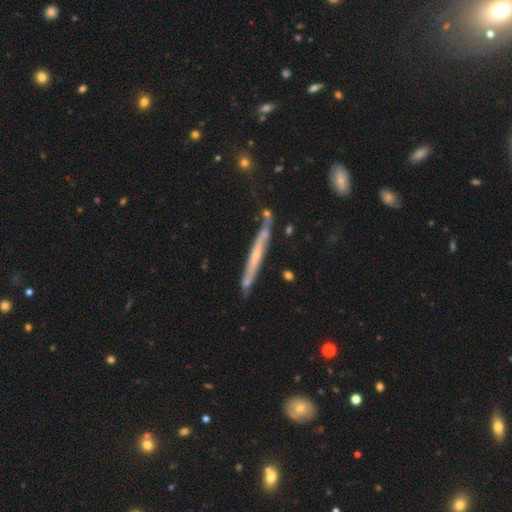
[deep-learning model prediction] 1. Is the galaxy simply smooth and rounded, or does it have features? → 62% featured or disk, 31% smooth, 6% star or artifact.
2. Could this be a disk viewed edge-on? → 89% yes, 11% no.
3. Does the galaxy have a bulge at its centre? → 69% none, 23% rounded, 8% boxy.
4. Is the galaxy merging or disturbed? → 68% none, 20% minor disturbance, 8% merger, 4% major disturbance.